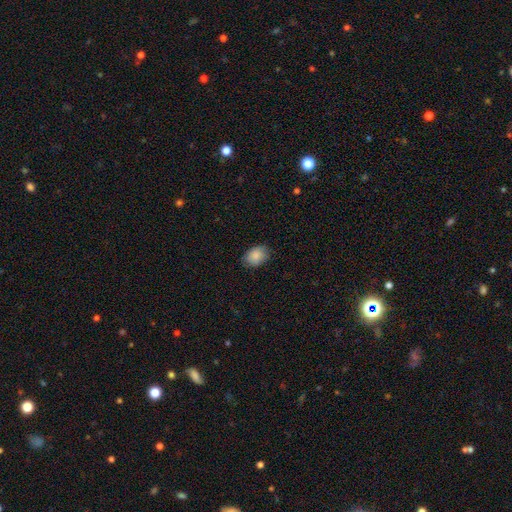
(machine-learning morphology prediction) Smooth or featured: smooth — 88% (star or artifact — 7%)
How rounded: in between — 80% (round — 19%)
Merging: none — 82% (minor disturbance — 14%)